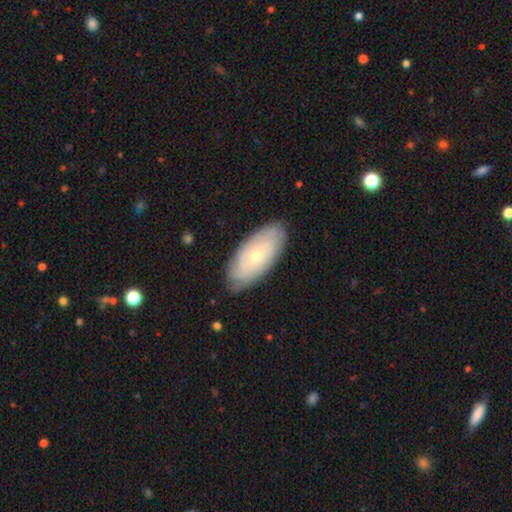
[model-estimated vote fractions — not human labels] This appears to be a featured or disk galaxy (61%) with no bar (81%), spiral arms (75%) and a small central bulge (63%). Merging: none (83%).